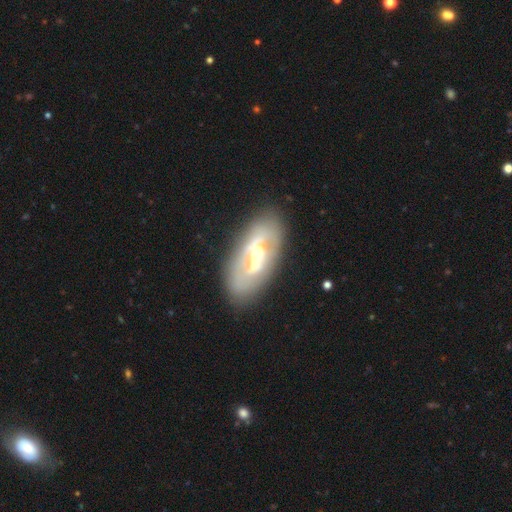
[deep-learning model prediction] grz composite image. It shows a featured or disk galaxy (66%) with a strong bar (46%), spiral arms (51%) and a moderate central bulge (47%). Merging: none (73%).